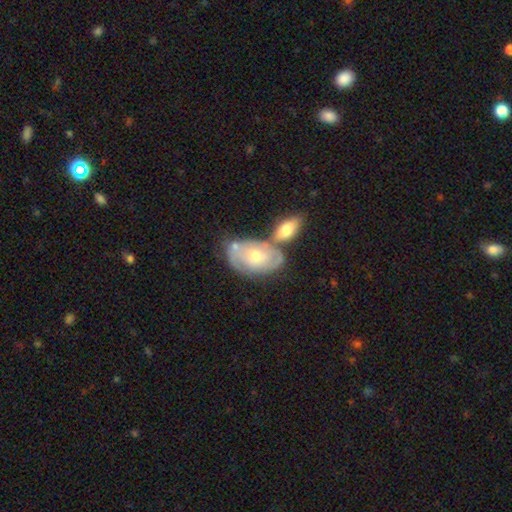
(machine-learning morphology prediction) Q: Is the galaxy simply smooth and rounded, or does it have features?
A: featured or disk — 62%.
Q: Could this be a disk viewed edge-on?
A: no — 92%.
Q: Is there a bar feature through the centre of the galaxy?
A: no — 76%.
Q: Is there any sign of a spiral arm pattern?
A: yes — 70%.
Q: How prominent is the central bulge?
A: moderate — 58%.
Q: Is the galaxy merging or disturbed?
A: none — 42%.